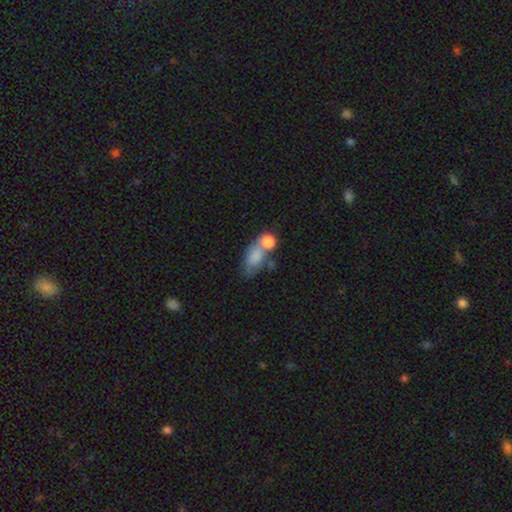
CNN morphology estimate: Overall: smooth (77%). How rounded: in between (78%). Merging: merger (53%; none 25%).